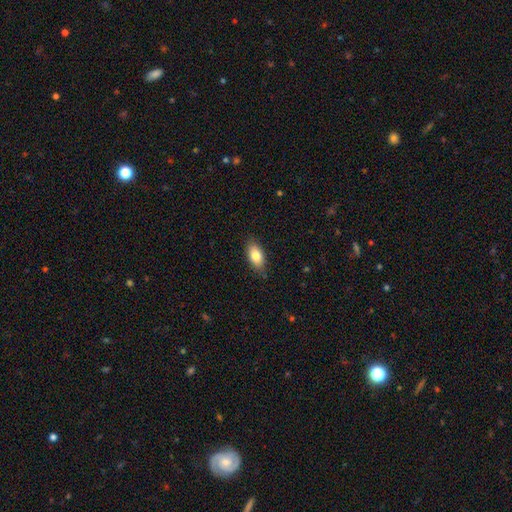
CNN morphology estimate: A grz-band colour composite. It shows a smooth galaxy with no disk features (82%) that is in between round and cigar-shaped (90%). Merging: none (84%).